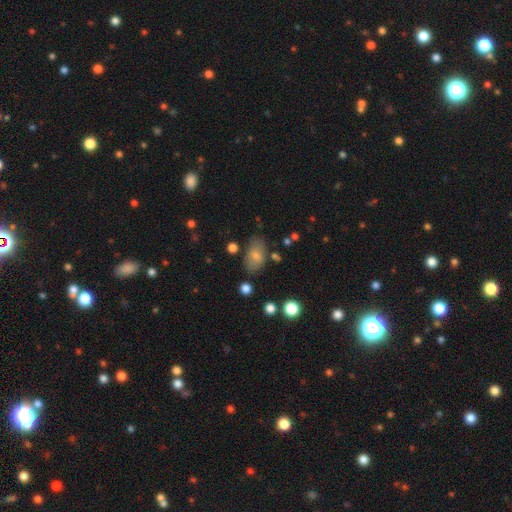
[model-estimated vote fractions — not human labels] Morphology: type=smooth (76%); roundness=in between (91%); merging=none (73%).